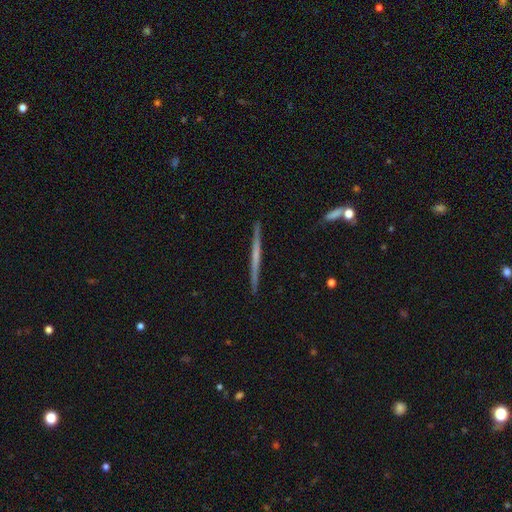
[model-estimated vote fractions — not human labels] Smooth or featured? Predicted: featured or disk (p=0.60). Edge-on disk? Predicted: yes (p=0.98). Edge-on bulge? Predicted: none (p=0.84). Merging? Predicted: none (p=0.92).